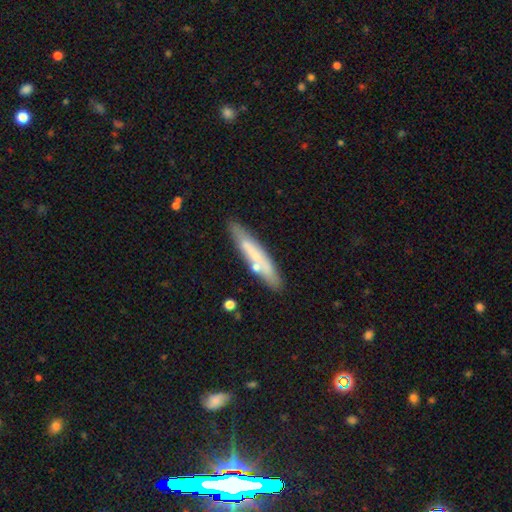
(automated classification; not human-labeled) This appears to be a smooth galaxy with no disk features (54%) that is cigar-shaped (89%). Merging: none (77%).